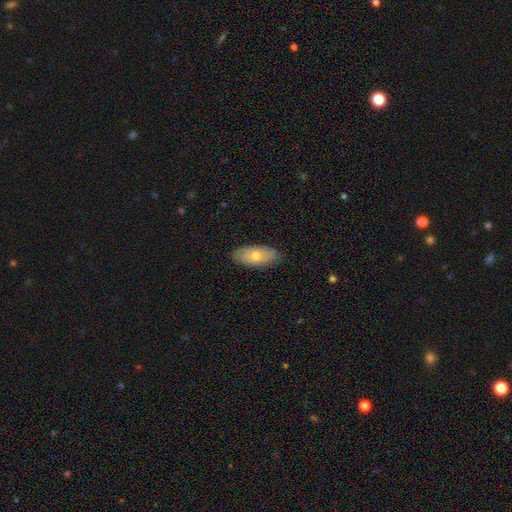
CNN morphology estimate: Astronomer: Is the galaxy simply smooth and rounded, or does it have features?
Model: smooth — 61%.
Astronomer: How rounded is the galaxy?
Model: in between — 85%.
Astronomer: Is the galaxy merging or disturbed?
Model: none — 86%.